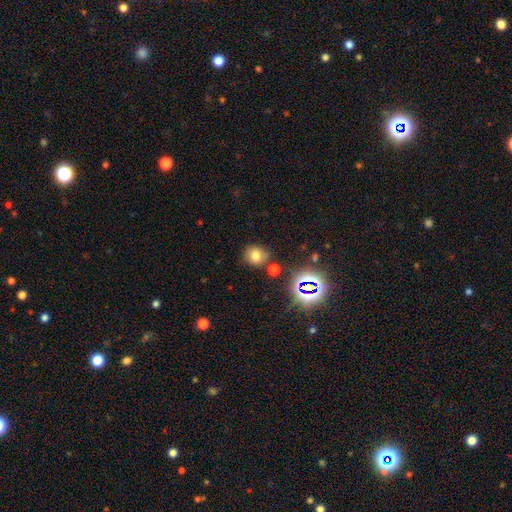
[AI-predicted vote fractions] Smooth or featured? smooth (68%)
How rounded? round (78%)
Merging? none (76%)